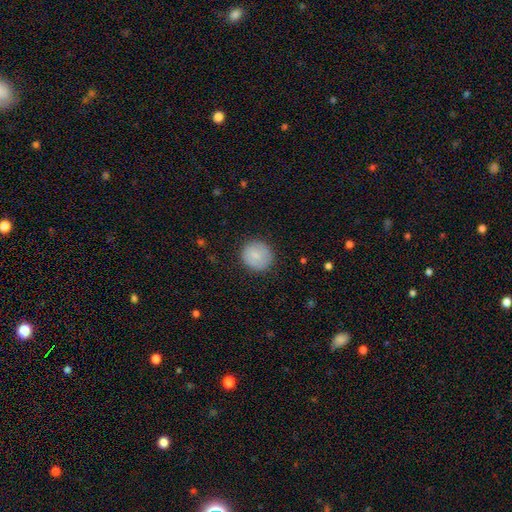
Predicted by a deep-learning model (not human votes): Smooth or featured?
  - smooth: 84% *
  - featured or disk: 9%
  - star or artifact: 7%
How rounded?
  - round: 91% *
  - in between: 8%
  - cigar-shaped: 1%
Merging?
  - none: 86% *
  - minor disturbance: 10%
  - major disturbance: 3%
  - merger: 1%